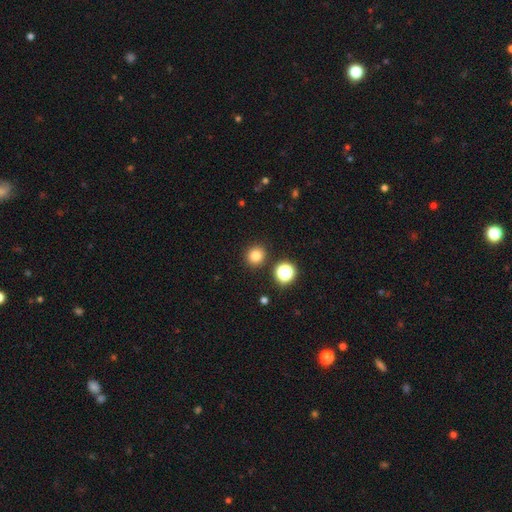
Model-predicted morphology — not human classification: Smooth or featured? Predicted: smooth (p=0.80). How rounded? Predicted: round (p=0.91). Merging? Predicted: none (p=0.89).